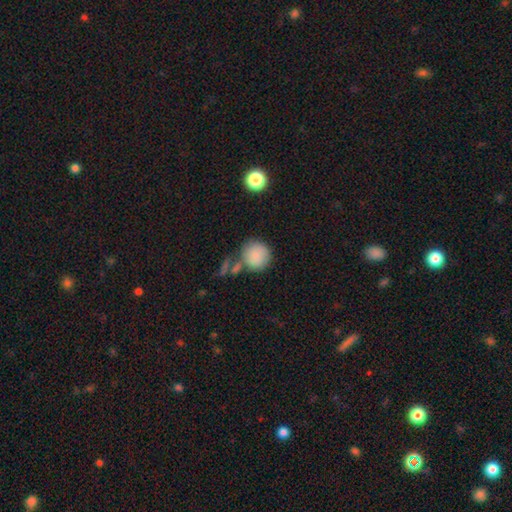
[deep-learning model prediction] Smooth or featured? smooth (84%)
How rounded? round (92%)
Merging? none (63%)